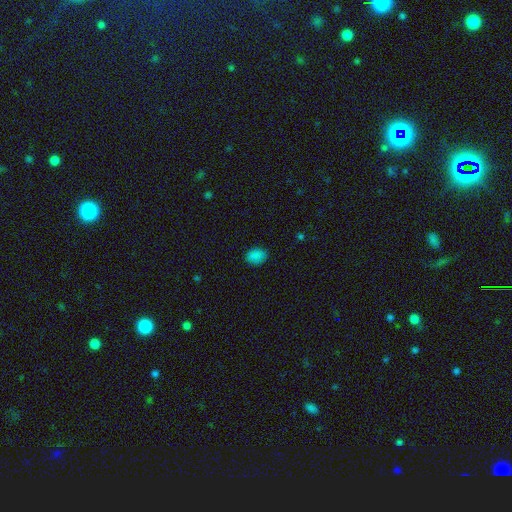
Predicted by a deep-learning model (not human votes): smooth-or-featured: smooth: 84% | star or artifact: 13% | featured or disk: 3%
  how-rounded: in between: 66% | round: 32% | cigar-shaped: 1%
  merging: none: 85% | minor disturbance: 11% | major disturbance: 2% | merger: 1%